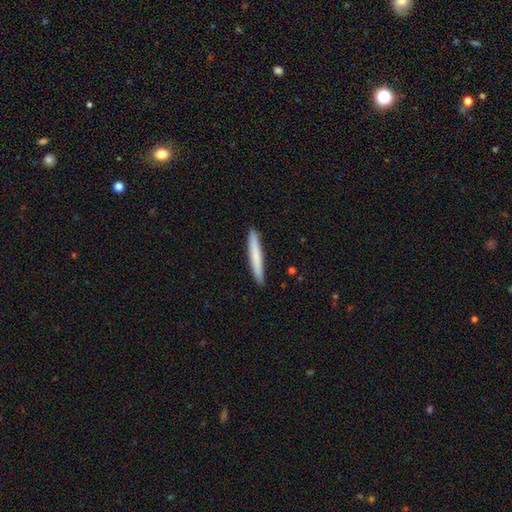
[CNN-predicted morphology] smooth 75%, featured or disk 20%, star or artifact 5%. Down the decision tree: how rounded — cigar-shaped (96%); merging — none (92%).